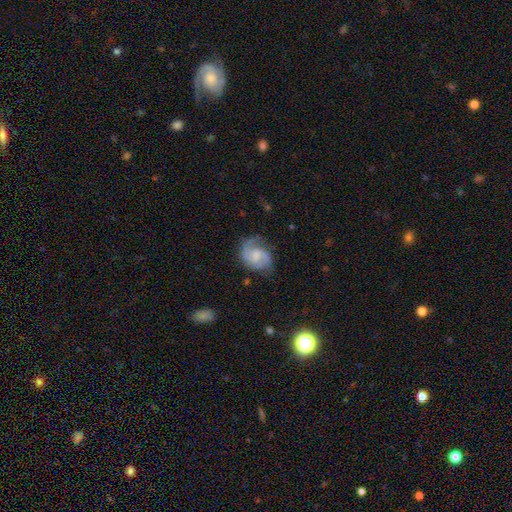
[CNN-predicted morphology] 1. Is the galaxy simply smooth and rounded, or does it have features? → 79% featured or disk, 15% smooth, 6% star or artifact.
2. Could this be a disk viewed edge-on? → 98% no, 2% yes.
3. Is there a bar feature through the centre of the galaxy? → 52% no, 41% weak, 6% strong.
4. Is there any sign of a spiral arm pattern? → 95% yes, 5% no.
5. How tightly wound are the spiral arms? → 50% medium, 29% tight, 21% loose.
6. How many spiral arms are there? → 75% 2, 9% 1, 8% can't tell, 5% 3, 1% 4, 1% more than 4.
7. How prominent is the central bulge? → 52% small, 31% moderate, 13% none, 3% large, 1% dominant.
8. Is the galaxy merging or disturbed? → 63% none, 24% minor disturbance, 12% major disturbance, 2% merger.